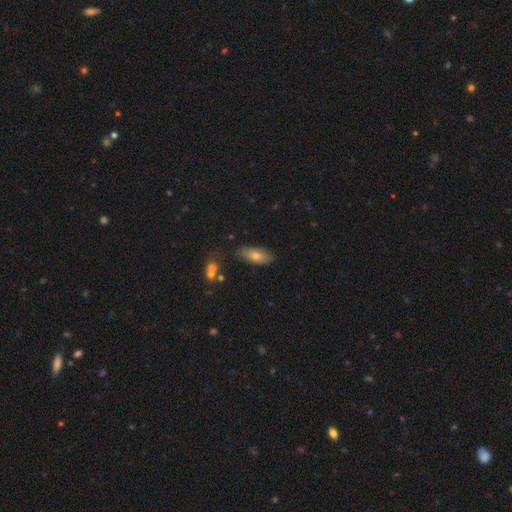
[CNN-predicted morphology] The model was most divided on "smooth or featured": smooth: 69%, featured or disk: 22%, star or artifact: 9%. More confident: how rounded — in between (81%); merging — none (80%).